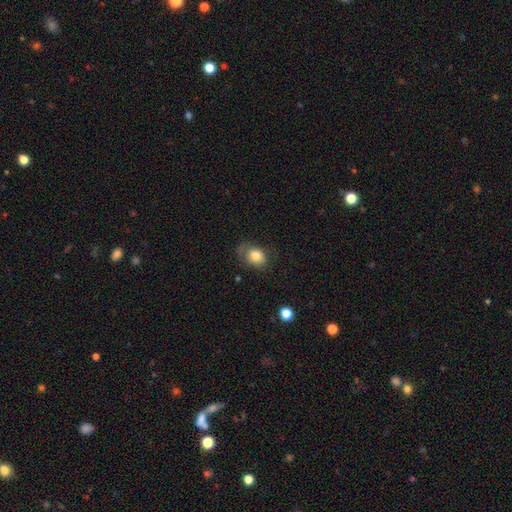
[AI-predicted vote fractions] smooth-or-featured: smooth: 80% | featured or disk: 11% | star or artifact: 9%
  how-rounded: in between: 54% | round: 45% | cigar-shaped: 1%
  merging: none: 62% | minor disturbance: 26% | major disturbance: 11% | merger: 2%